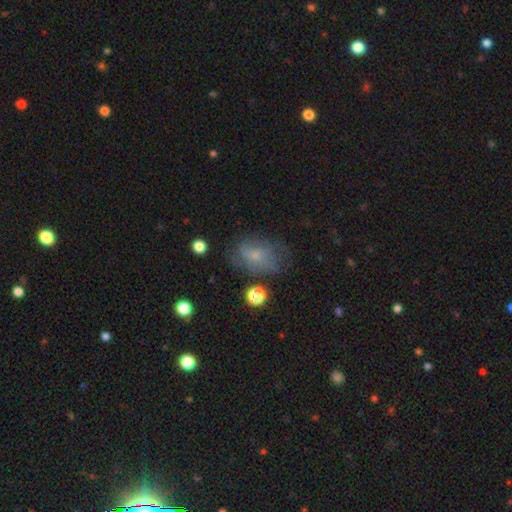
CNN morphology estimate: smooth 52%, featured or disk 36%, star or artifact 12%. Down the decision tree: how rounded — in between (75%); merging — none (55%).